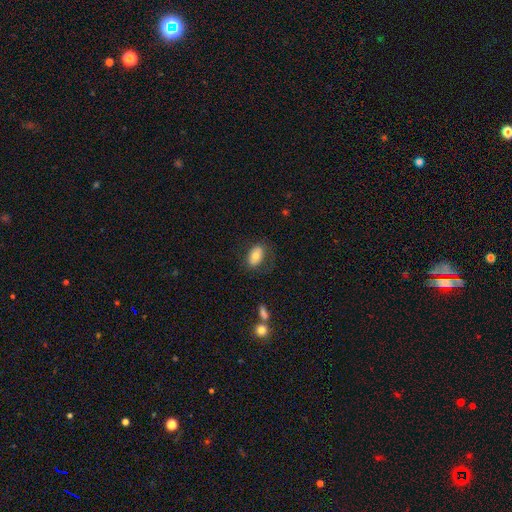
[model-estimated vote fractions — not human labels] Smooth or featured? Predicted: smooth (p=0.71). How rounded? Predicted: in between (p=0.89). Merging? Predicted: none (p=0.73).